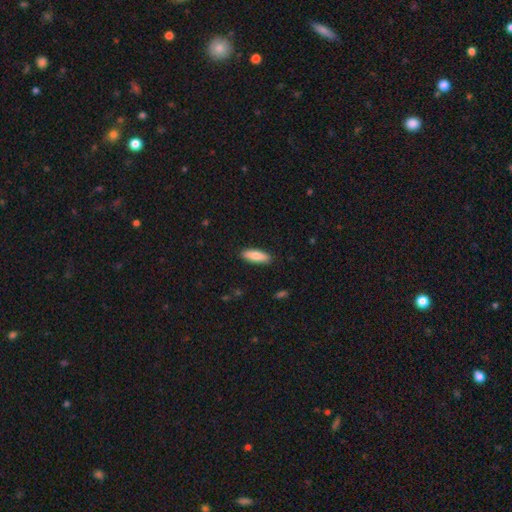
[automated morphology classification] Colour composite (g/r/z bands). It shows a smooth galaxy with no disk features (83%) that is in between round and cigar-shaped (60%). Merging: none (89%).